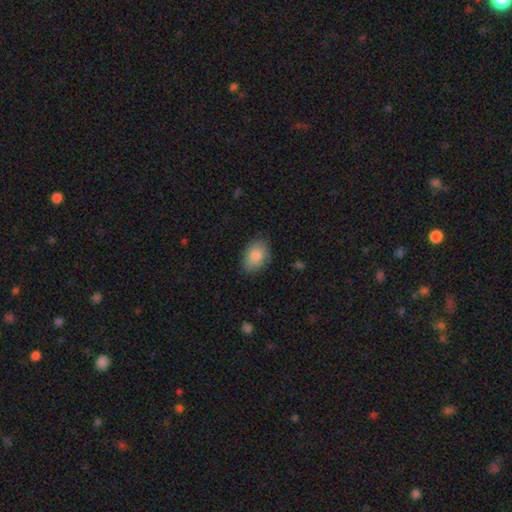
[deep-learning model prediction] The model was most divided on "merging": none: 82%, minor disturbance: 14%, major disturbance: 3%, merger: 1%. More confident: smooth or featured — smooth (85%); how rounded — in between (84%).